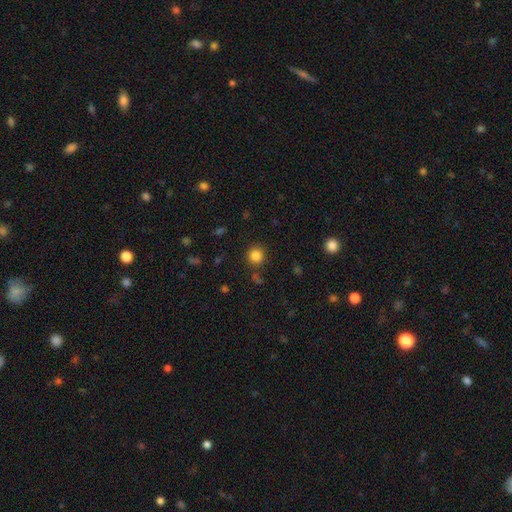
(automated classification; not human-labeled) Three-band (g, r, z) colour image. It shows a smooth galaxy with no disk features (83%) that is round (92%). Merging: none (86%).